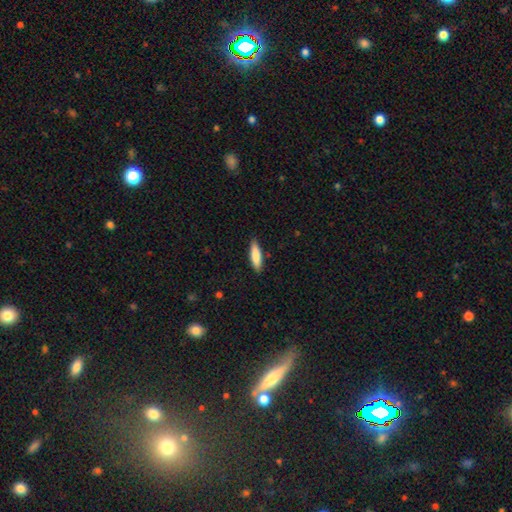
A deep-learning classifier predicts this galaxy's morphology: The model was most divided on "how rounded": cigar-shaped: 63%, in between: 35%, round: 1%. More confident: merging — none (87%); smooth or featured — smooth (83%).